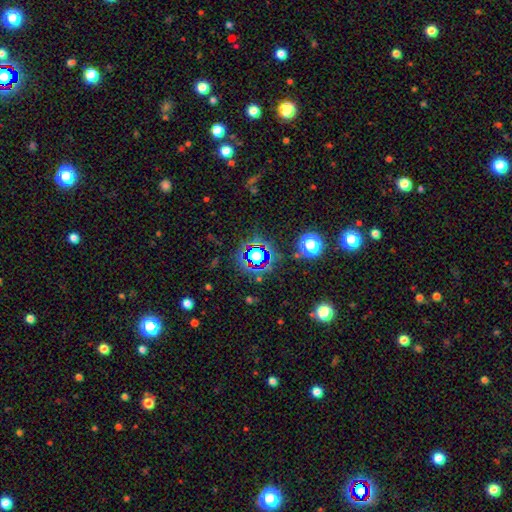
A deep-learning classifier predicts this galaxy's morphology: Smooth or featured?
  - star or artifact: 60% *
  - smooth: 28%
  - featured or disk: 11%